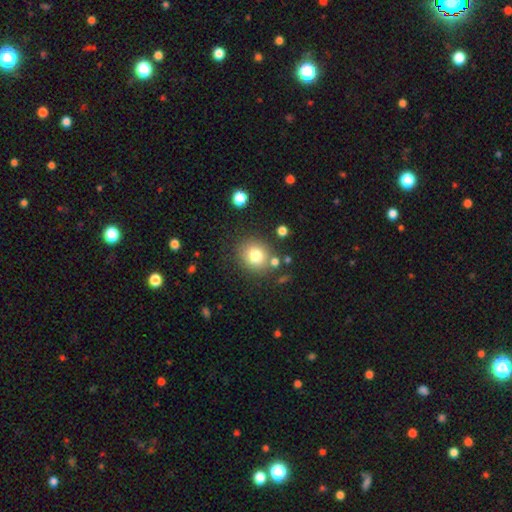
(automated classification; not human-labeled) This is likely a smooth galaxy (79%). How rounded: likely round (79%). Merging: likely none (78%).